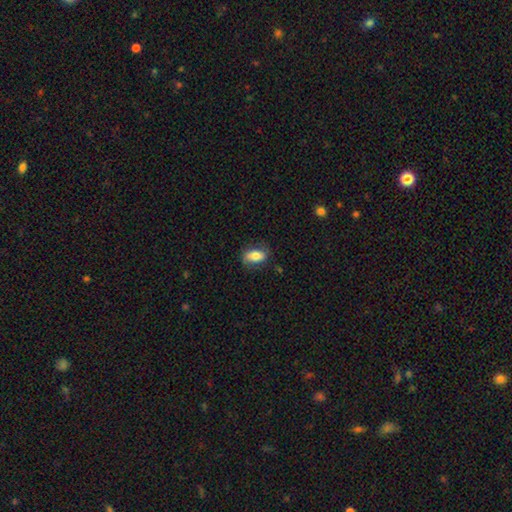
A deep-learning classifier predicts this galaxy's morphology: This is likely a smooth galaxy (77%). How rounded: clearly in between (88%). Merging: likely none (73%).